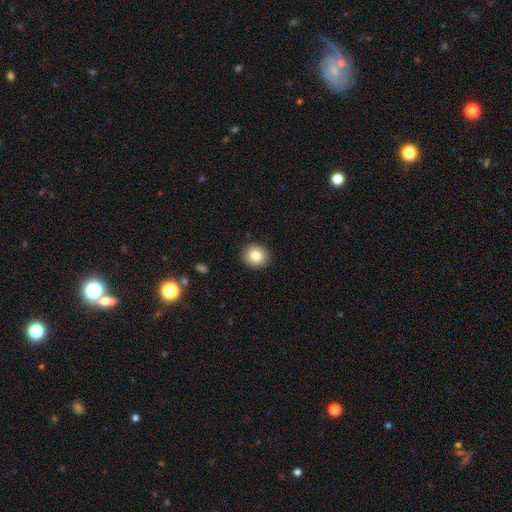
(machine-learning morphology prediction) This appears to be a smooth galaxy with no disk features (82%) that is round (89%). Merging: none (92%).